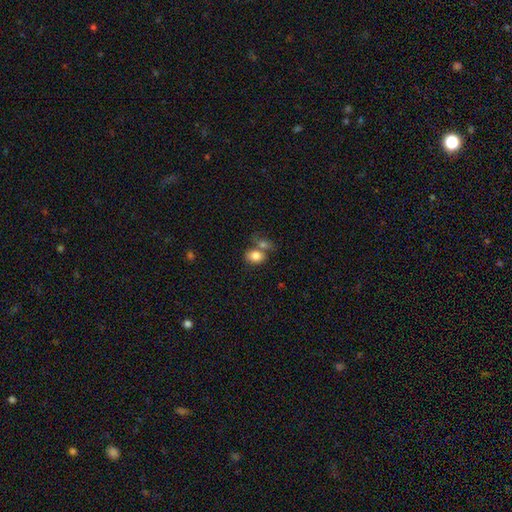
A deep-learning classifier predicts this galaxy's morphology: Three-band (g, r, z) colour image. It shows a smooth galaxy with no disk features (82%) that is in between round and cigar-shaped (71%). Merging: none (43%).